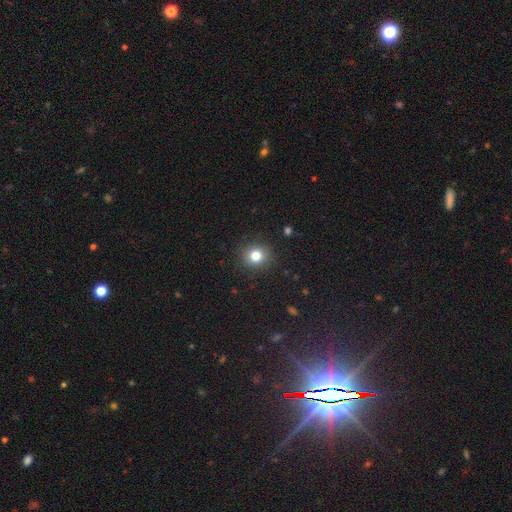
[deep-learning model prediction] Smooth or featured: smooth — 80% (star or artifact — 13%)
How rounded: round — 86% (in between — 13%)
Merging: none — 90% (minor disturbance — 6%)